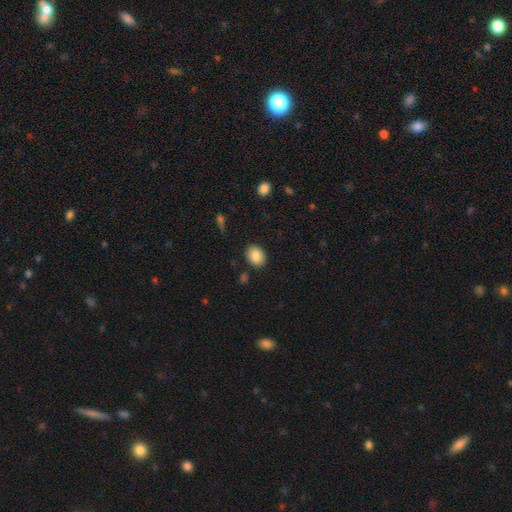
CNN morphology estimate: Smooth or featured? smooth (87%)
How rounded? in between (61%)
Merging? none (87%)